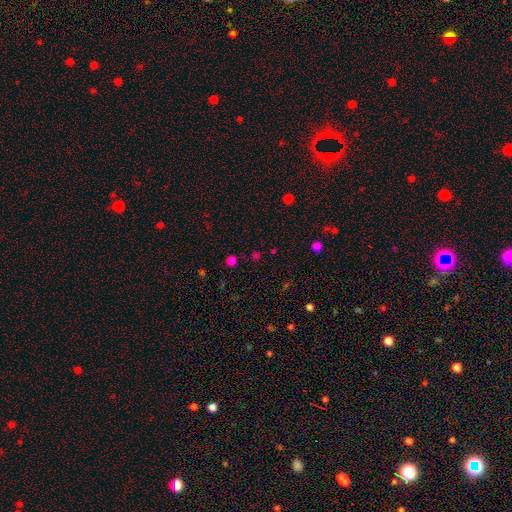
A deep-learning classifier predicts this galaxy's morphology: A smooth galaxy with no disk features (55%) that is round (84%). Merging: none (82%).